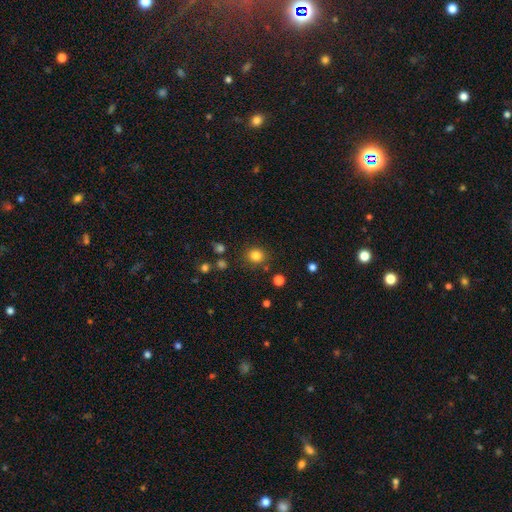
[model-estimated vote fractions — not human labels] The model was most divided on "how rounded": round: 83%, in between: 16%, cigar-shaped: 1%. More confident: merging — none (84%); smooth or featured — smooth (82%).